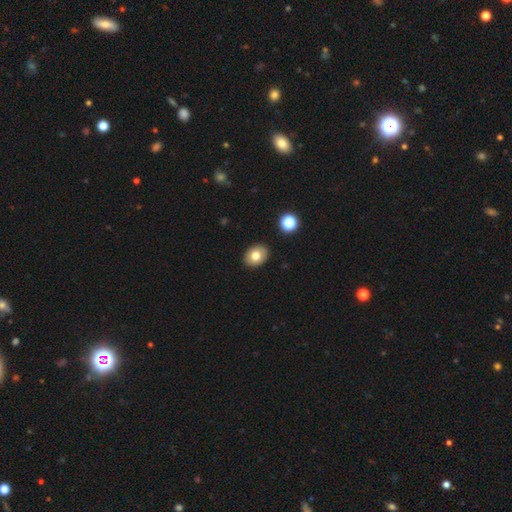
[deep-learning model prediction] smooth-or-featured: smooth: 78% | featured or disk: 13% | star or artifact: 9%
  how-rounded: in between: 63% | round: 36% | cigar-shaped: 1%
  merging: none: 90% | minor disturbance: 7% | major disturbance: 2% | merger: 1%